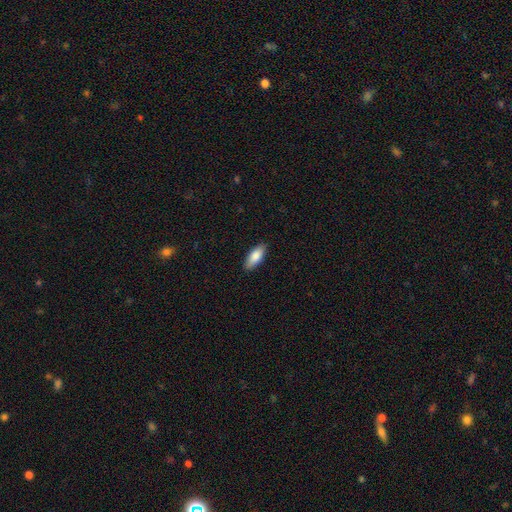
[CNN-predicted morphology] The model was most divided on "how rounded": in between: 77%, cigar-shaped: 21%, round: 2%. More confident: merging — none (88%); smooth or featured — smooth (85%).